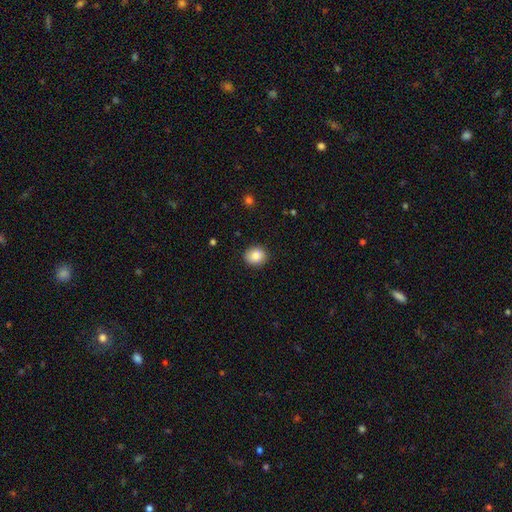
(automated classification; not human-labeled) Overall: smooth (87%). How rounded: round (68%; in between 31%). Merging: none (89%).